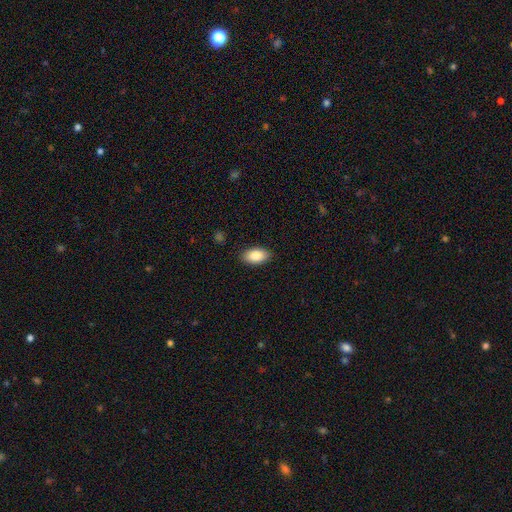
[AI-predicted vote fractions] Smooth or featured: smooth — 85% (featured or disk — 8%)
How rounded: in between — 94% (round — 4%)
Merging: none — 88% (minor disturbance — 9%)